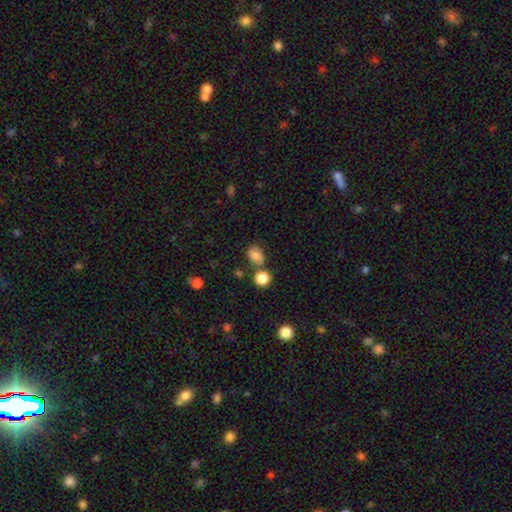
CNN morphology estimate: This appears to be a smooth galaxy with no disk features (79%) that is in between round and cigar-shaped (60%). Merging: none (62%).